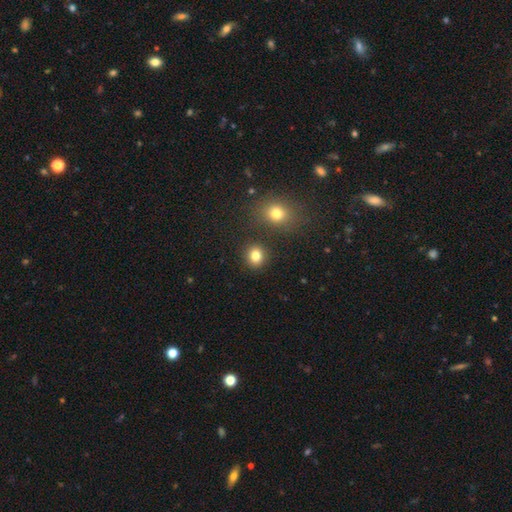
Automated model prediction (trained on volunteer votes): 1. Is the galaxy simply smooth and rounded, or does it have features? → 82% smooth, 13% star or artifact, 6% featured or disk.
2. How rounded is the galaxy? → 85% round, 14% in between, 1% cigar-shaped.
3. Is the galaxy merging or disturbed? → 87% none, 6% minor disturbance, 4% merger, 2% major disturbance.